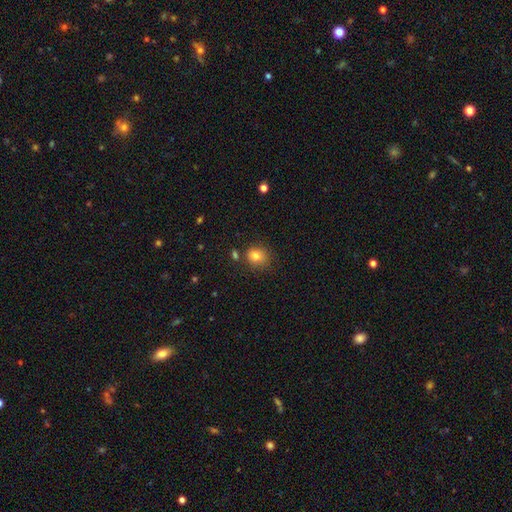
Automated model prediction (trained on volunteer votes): Smooth or featured? Predicted: smooth (p=0.81). How rounded? Predicted: round (p=0.73). Merging? Predicted: none (p=0.72).